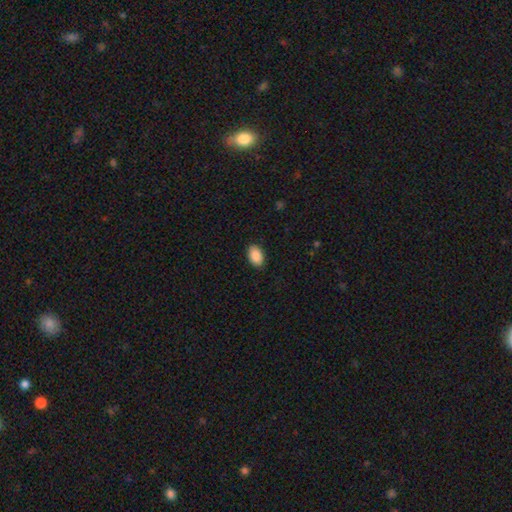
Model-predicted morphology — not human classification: type=smooth (90%); roundness=in between (91%); merging=none (88%).